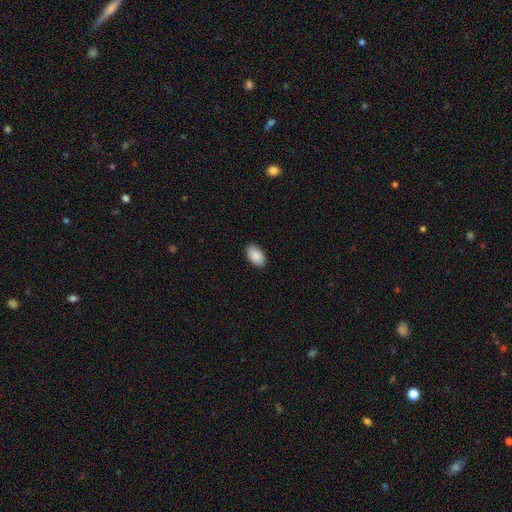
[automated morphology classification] A smooth galaxy with no disk features (90%) that is in between round and cigar-shaped (95%). Merging: none (89%).